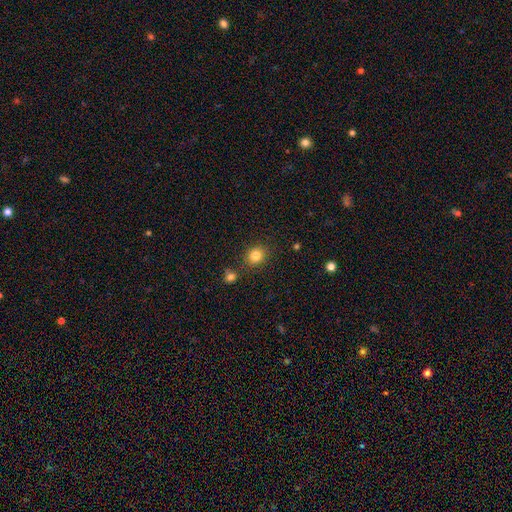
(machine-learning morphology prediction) type=smooth (83%); roundness=round (78%); merging=none (82%).